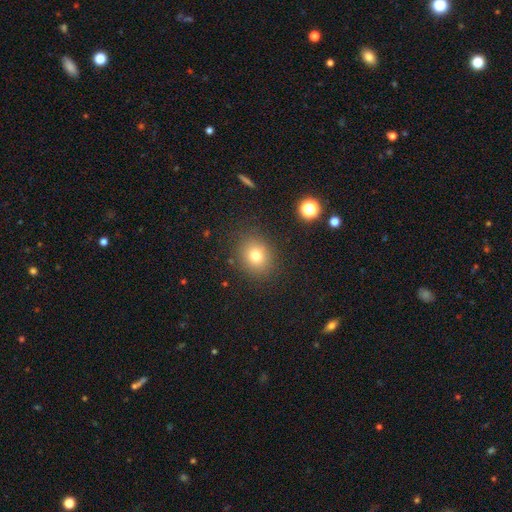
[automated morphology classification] The model was most divided on "how rounded": round: 70%, in between: 29%, cigar-shaped: 1%. More confident: merging — none (86%); smooth or featured — smooth (76%).